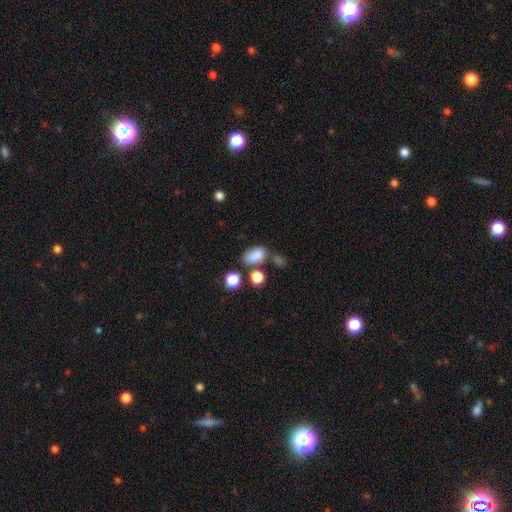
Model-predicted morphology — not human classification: Overall: smooth (83%). How rounded: in between (86%). Merging: none (55%; minor disturbance 20%).